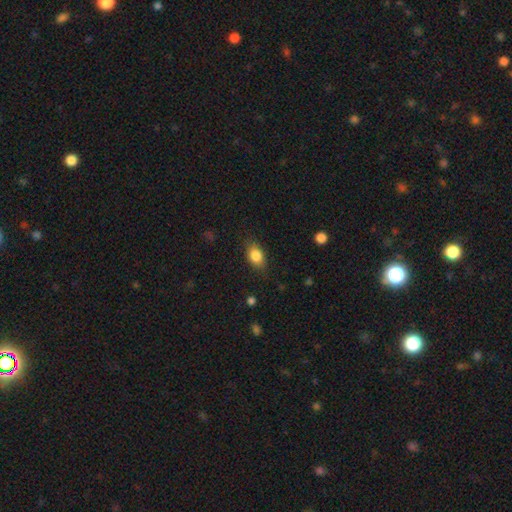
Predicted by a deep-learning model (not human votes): Smooth or featured? Predicted: smooth (p=0.84). How rounded? Predicted: in between (p=0.80). Merging? Predicted: none (p=0.81).